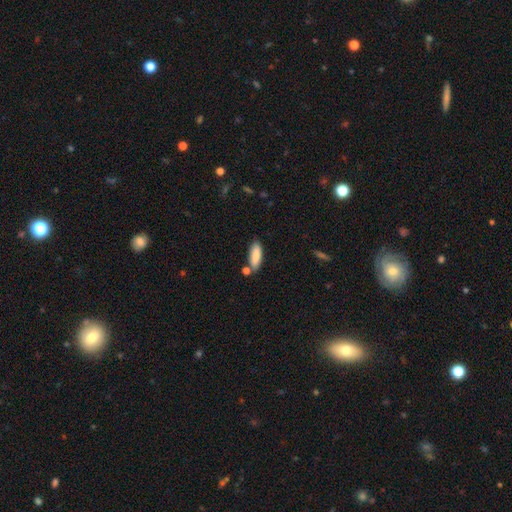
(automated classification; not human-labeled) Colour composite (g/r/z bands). It shows a smooth galaxy with no disk features (86%) that is in between round and cigar-shaped (60%). Merging: none (75%).